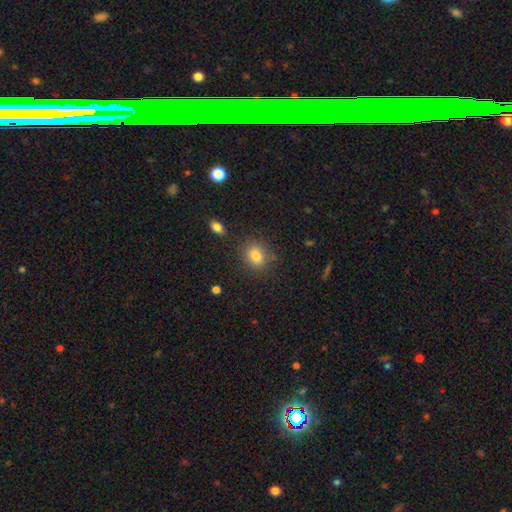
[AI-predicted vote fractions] This is clearly a smooth galaxy (81%). How rounded: possibly round (54%). Merging: clearly none (81%).